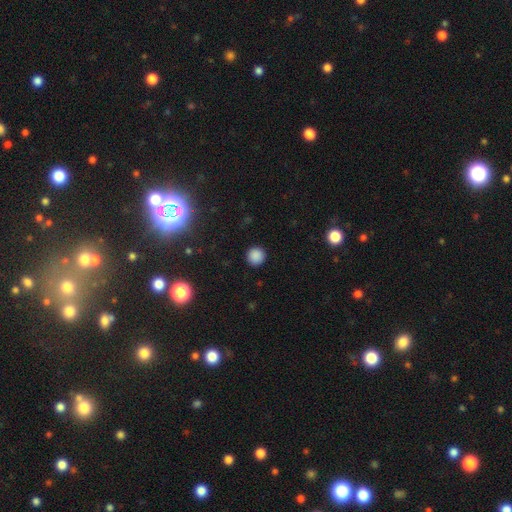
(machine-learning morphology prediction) Smooth or featured: smooth — 85% (star or artifact — 12%)
How rounded: round — 95% (in between — 4%)
Merging: none — 92% (minor disturbance — 5%)